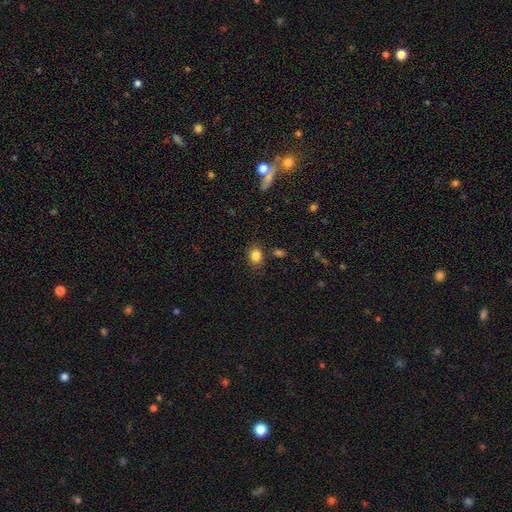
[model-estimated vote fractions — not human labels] A smooth galaxy with no disk features (84%) that is round (52%).

Vote fractions:
- Smooth or featured? smooth: 84% / star or artifact: 11% / featured or disk: 5%
- How rounded? round: 52% / in between: 47% / cigar-shaped: 1%
- Merging? none: 80% / minor disturbance: 13% / merger: 4% / major disturbance: 3%